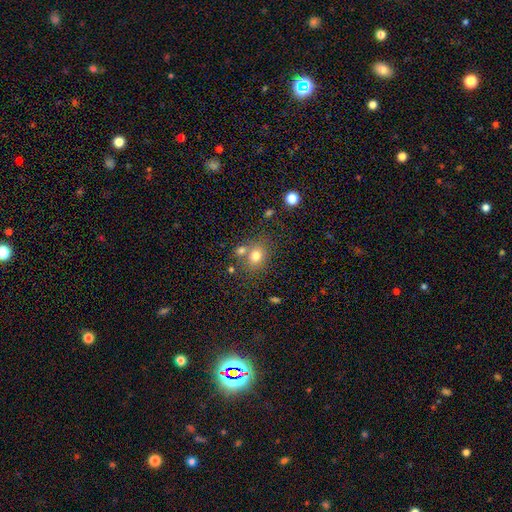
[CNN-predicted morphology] A smooth galaxy with no disk features (75%) that is round (63%). Merging: none (59%).